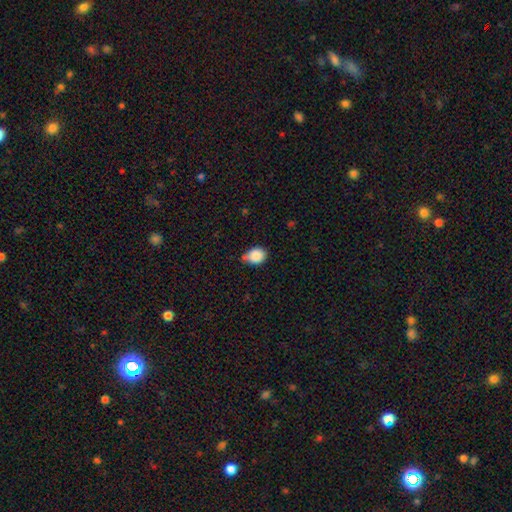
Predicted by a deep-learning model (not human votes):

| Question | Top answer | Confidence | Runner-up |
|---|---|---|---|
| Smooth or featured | smooth | 87% | star or artifact (8%) |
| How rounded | in between | 52% | round (46%) |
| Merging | none | 56% | minor disturbance (34%) |